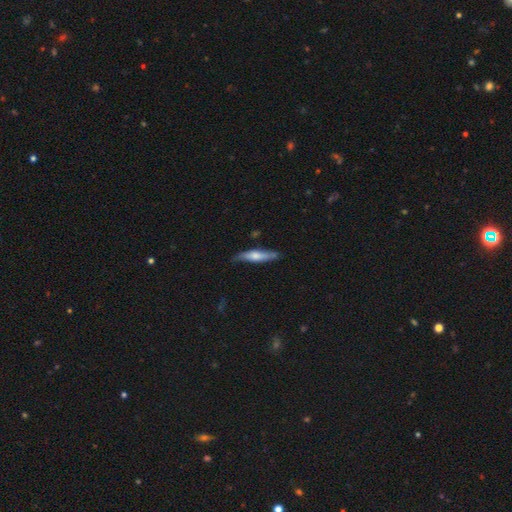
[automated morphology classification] Smooth or featured: smooth — 54% (featured or disk — 40%)
How rounded: cigar-shaped — 82% (in between — 16%)
Merging: none — 75% (minor disturbance — 20%)